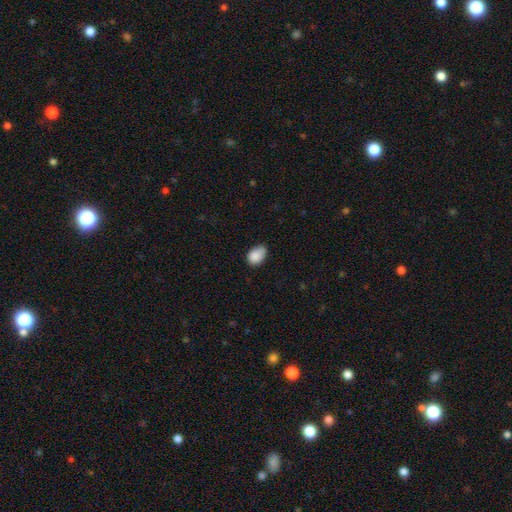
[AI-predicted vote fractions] Smooth or featured? smooth (87%)
How rounded? in between (82%)
Merging? none (57%)